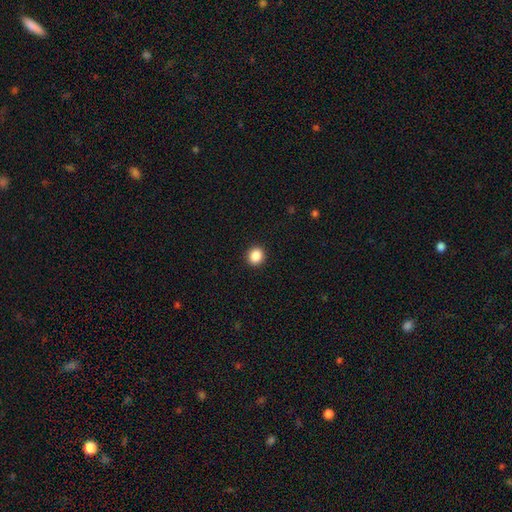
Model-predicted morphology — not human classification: Smooth or featured? smooth (88%)
How rounded? round (79%)
Merging? none (92%)